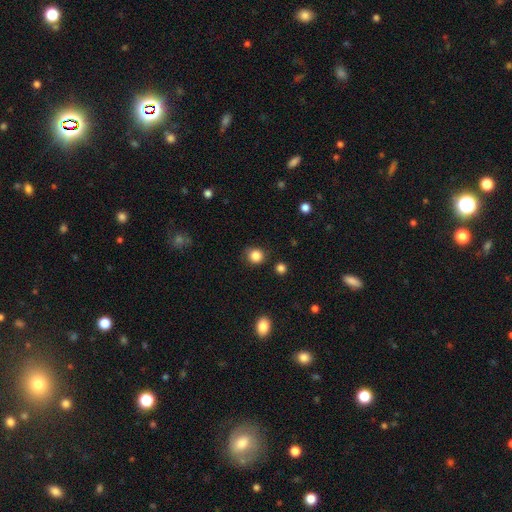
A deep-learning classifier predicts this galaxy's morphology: smooth 86%, star or artifact 11%, featured or disk 3%. Down the decision tree: how rounded — round (89%); merging — none (86%).